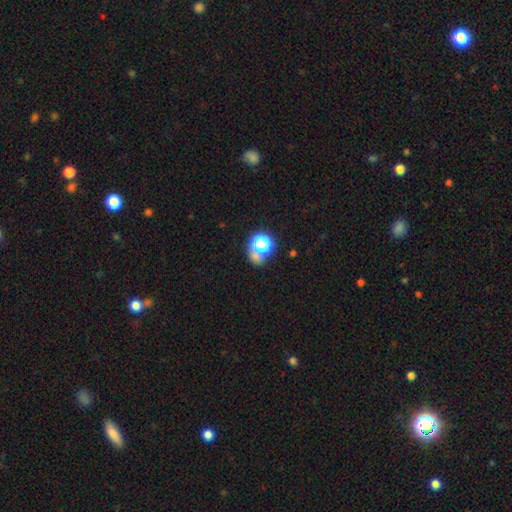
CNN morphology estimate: Smooth or featured: smooth — 52% (star or artifact — 38%)
How rounded: round — 74% (in between — 25%)
Merging: none — 53% (merger — 24%)